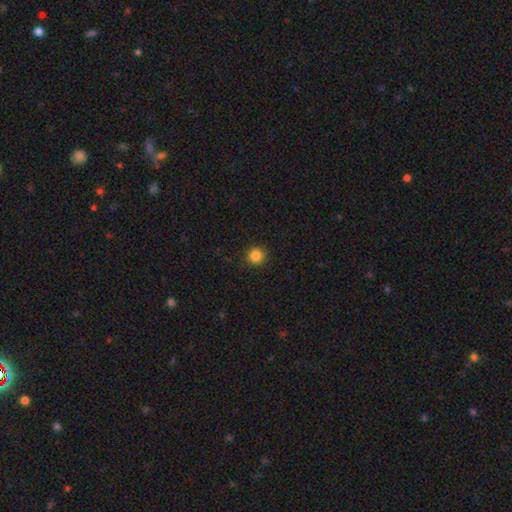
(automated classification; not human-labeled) Q: Smooth or featured?
A: smooth (85%); runner-up: star or artifact (12%)
Q: How rounded?
A: round (95%); runner-up: in between (4%)
Q: Merging?
A: none (91%); runner-up: minor disturbance (6%)